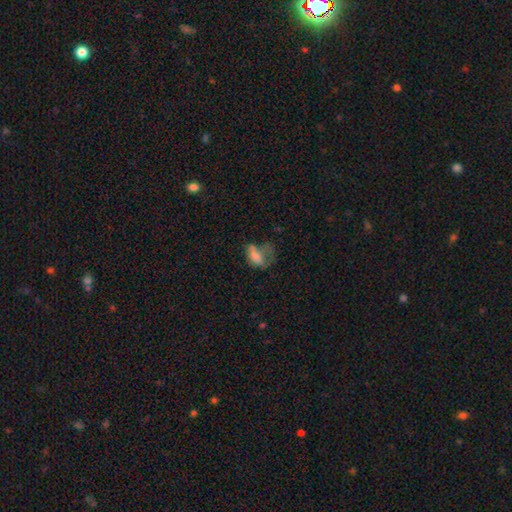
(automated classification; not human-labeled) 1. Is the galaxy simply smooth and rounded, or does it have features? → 63% smooth, 24% featured or disk, 13% star or artifact.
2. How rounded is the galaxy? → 82% in between, 13% round, 5% cigar-shaped.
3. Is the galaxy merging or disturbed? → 47% major disturbance, 22% none, 21% minor disturbance, 10% merger.